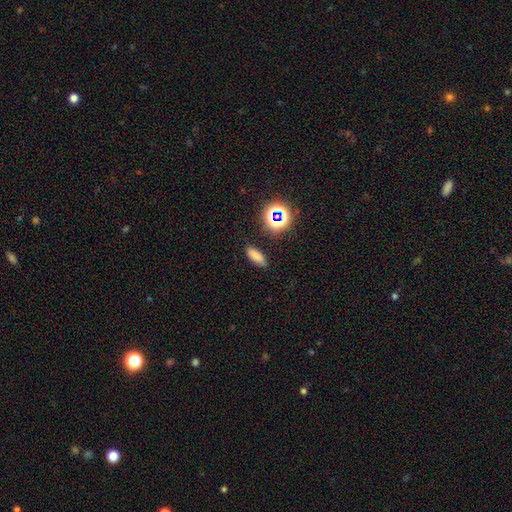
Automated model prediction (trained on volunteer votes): Morphology: type=smooth (75%); roundness=in between (64%); merging=none (85%).